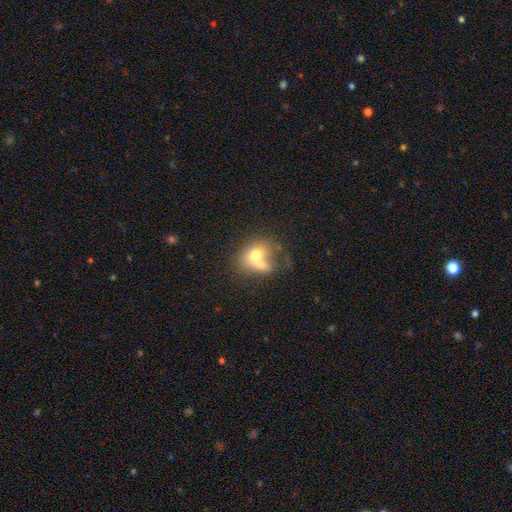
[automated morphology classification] smooth-or-featured: smooth: 67% | featured or disk: 23% | star or artifact: 10%
  how-rounded: in between: 54% | round: 45% | cigar-shaped: 1%
  merging: merger: 54% | none: 24% | minor disturbance: 12% | major disturbance: 9%